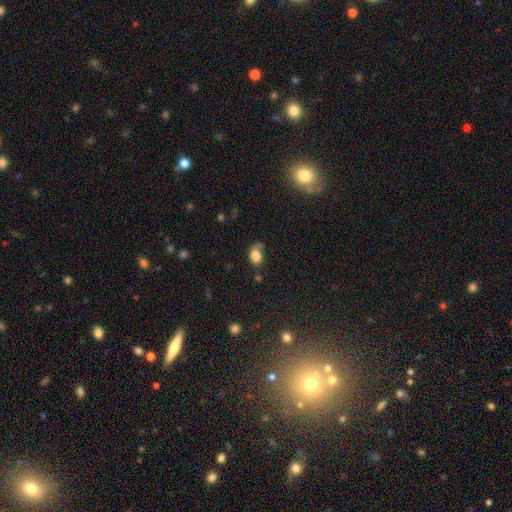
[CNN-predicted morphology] A smooth galaxy with no disk features (78%) that is in between round and cigar-shaped (74%).

Vote fractions:
- Smooth or featured? smooth: 78% / featured or disk: 12% / star or artifact: 10%
- How rounded? in between: 74% / round: 25% / cigar-shaped: 2%
- Merging? none: 44% / minor disturbance: 28% / major disturbance: 18% / merger: 10%